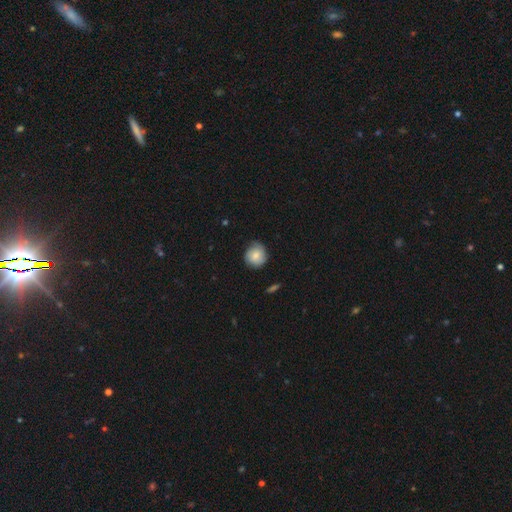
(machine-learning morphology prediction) type=smooth (75%); roundness=round (89%); merging=none (70%).